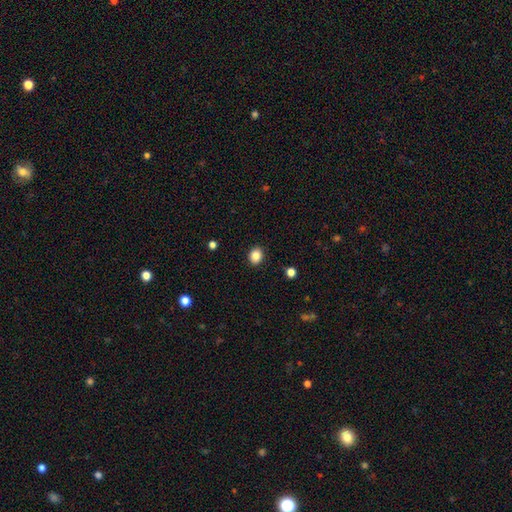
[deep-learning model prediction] This appears to be a smooth galaxy with no disk features (85%) that is round (58%). Merging: none (91%).